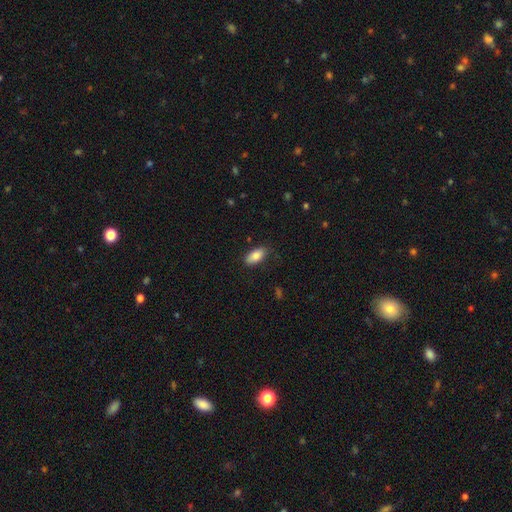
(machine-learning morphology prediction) type=smooth (84%); roundness=in between (90%); merging=none (82%).